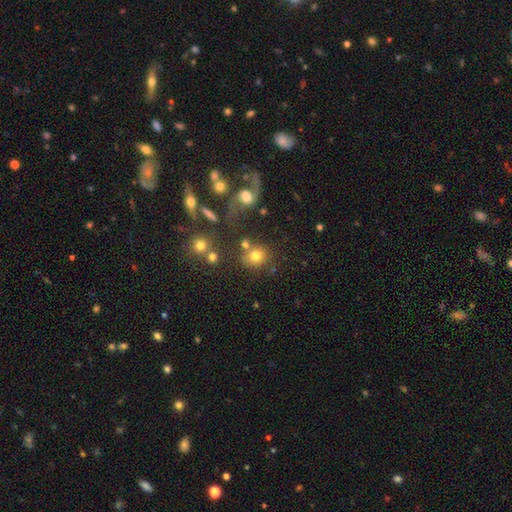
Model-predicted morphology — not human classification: Smooth or featured? Predicted: smooth (p=0.74). How rounded? Predicted: round (p=0.74). Merging? Predicted: none (p=0.63).